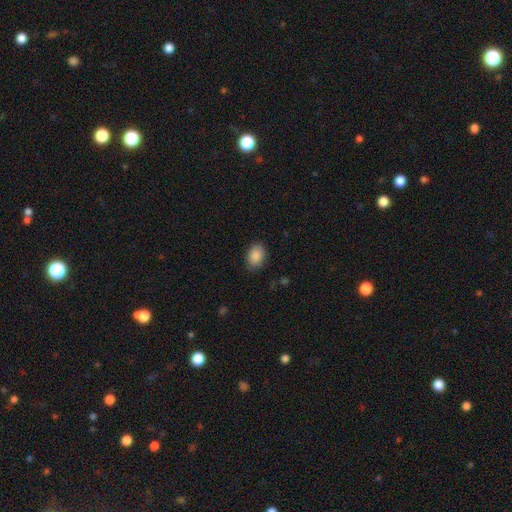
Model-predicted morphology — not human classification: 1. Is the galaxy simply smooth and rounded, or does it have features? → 88% smooth, 8% star or artifact, 4% featured or disk.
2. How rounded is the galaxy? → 79% in between, 20% round, 1% cigar-shaped.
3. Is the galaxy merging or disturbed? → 82% none, 14% minor disturbance, 3% major disturbance, 1% merger.